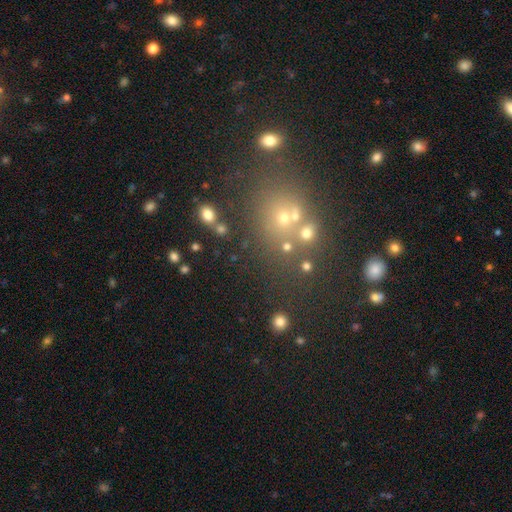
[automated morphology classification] smooth-or-featured: star or artifact: 49% | smooth: 39% | featured or disk: 12%